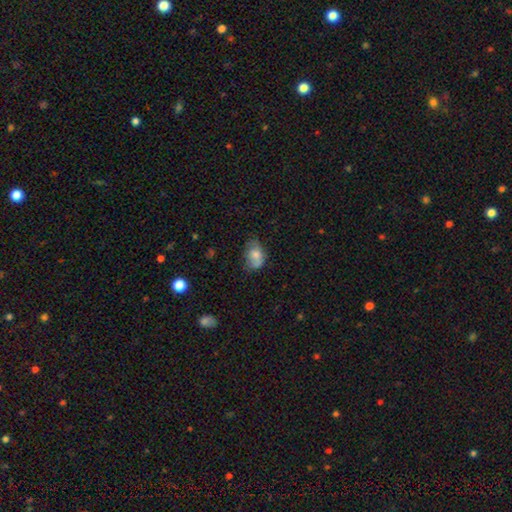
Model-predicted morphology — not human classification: Smooth or featured? smooth (72%)
How rounded? in between (81%)
Merging? none (45%)